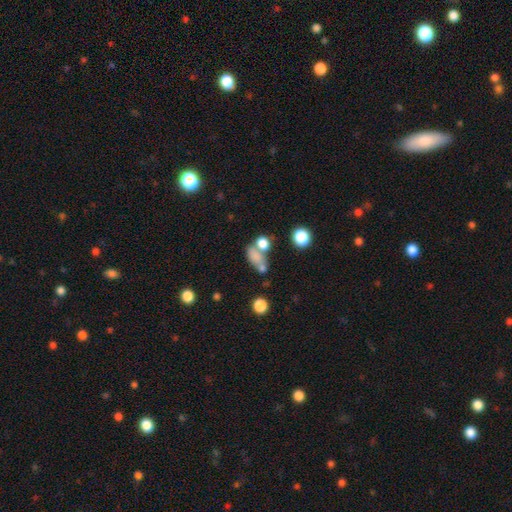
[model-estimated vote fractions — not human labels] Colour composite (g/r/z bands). It shows a smooth galaxy with no disk features (69%) that is in between round and cigar-shaped (67%). Merging: merger (43%).